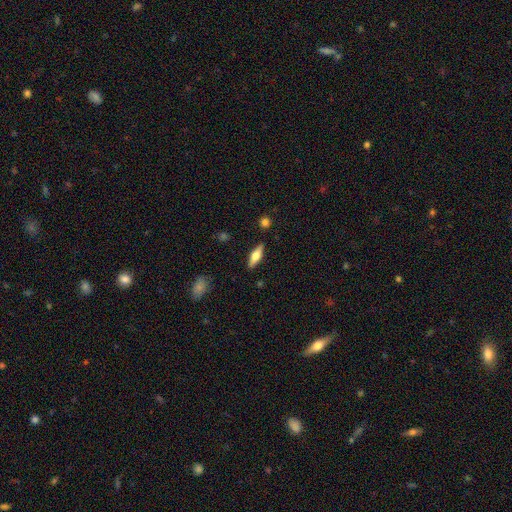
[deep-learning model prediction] Overall: smooth (52%; featured or disk 42%). How rounded: in between (53%; cigar-shaped 44%). Merging: none (88%).